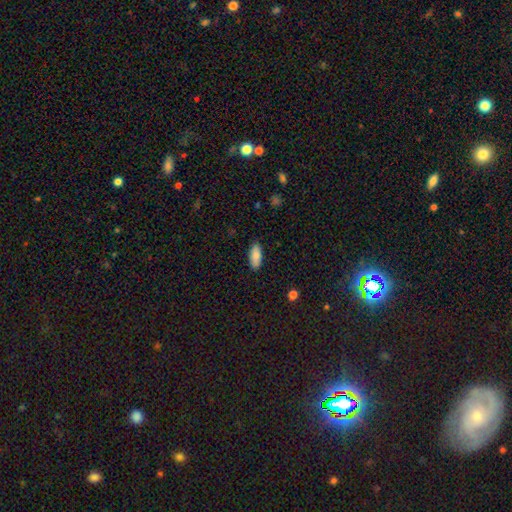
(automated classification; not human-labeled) The model was most divided on "how rounded": in between: 83%, cigar-shaped: 15%, round: 2%. More confident: merging — none (87%); smooth or featured — smooth (86%).